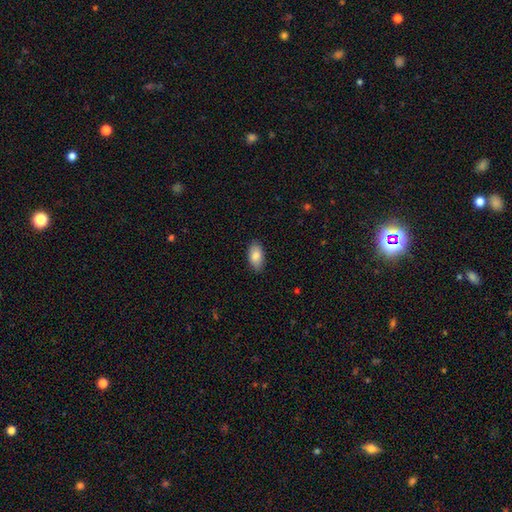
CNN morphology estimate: This appears to be a smooth galaxy with no disk features (85%) that is in between round and cigar-shaped (93%). Merging: none (87%).